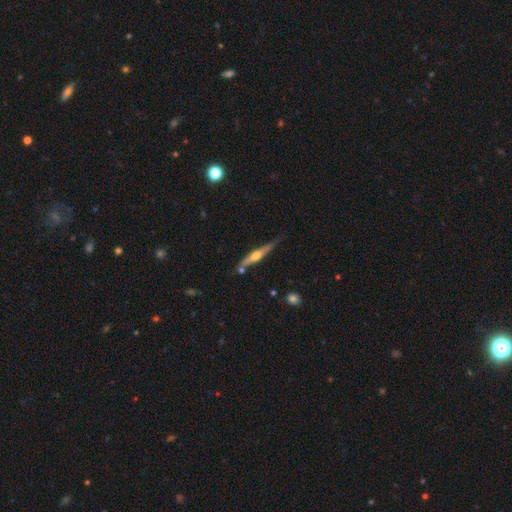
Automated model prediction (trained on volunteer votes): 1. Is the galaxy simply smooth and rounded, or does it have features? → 63% featured or disk, 31% smooth, 6% star or artifact.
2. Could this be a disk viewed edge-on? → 95% yes, 5% no.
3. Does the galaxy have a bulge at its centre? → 89% rounded, 6% none, 6% boxy.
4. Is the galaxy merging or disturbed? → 70% none, 19% minor disturbance, 8% merger, 4% major disturbance.